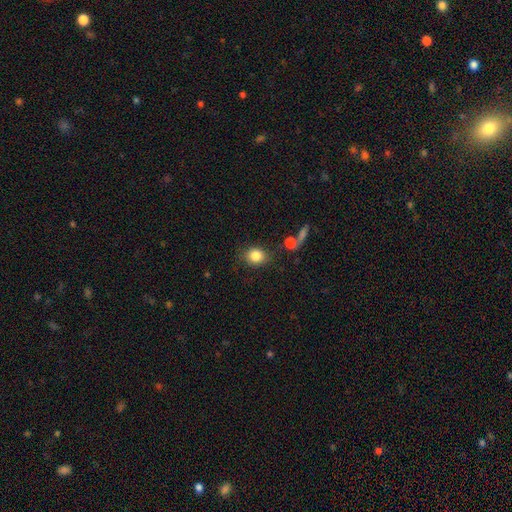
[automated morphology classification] smooth-or-featured: smooth: 84% | star or artifact: 10% | featured or disk: 7%
  how-rounded: round: 65% | in between: 33% | cigar-shaped: 1%
  merging: none: 78% | minor disturbance: 12% | merger: 5% | major disturbance: 4%